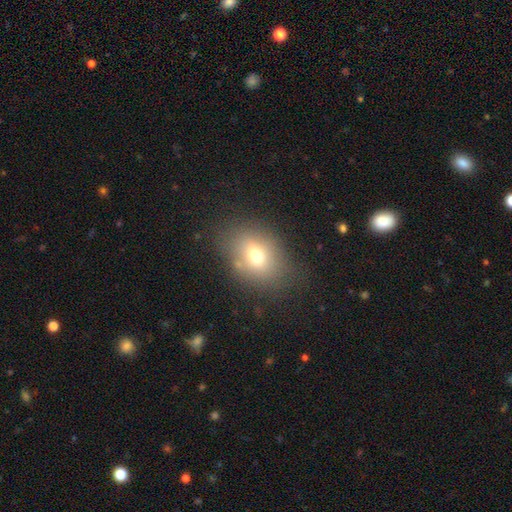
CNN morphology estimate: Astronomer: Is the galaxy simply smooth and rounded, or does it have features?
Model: smooth — 69%.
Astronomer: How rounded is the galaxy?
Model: in between — 61% (runner-up: round, 38%).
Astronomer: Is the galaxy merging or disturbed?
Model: none — 76%.